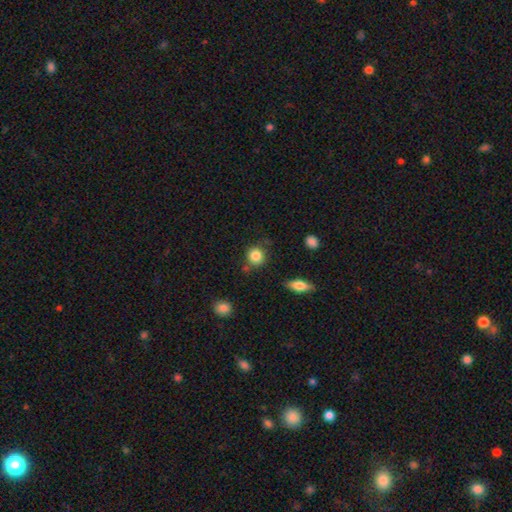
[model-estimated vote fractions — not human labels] Smooth or featured? smooth (85%)
How rounded? round (88%)
Merging? none (79%)